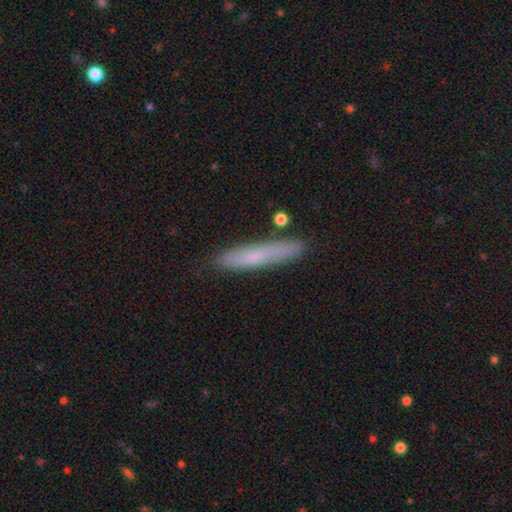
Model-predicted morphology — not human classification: smooth-or-featured: smooth: 64% | featured or disk: 29% | star or artifact: 7%
  how-rounded: cigar-shaped: 93% | in between: 6% | round: 1%
  merging: none: 84% | minor disturbance: 12% | merger: 3% | major disturbance: 2%